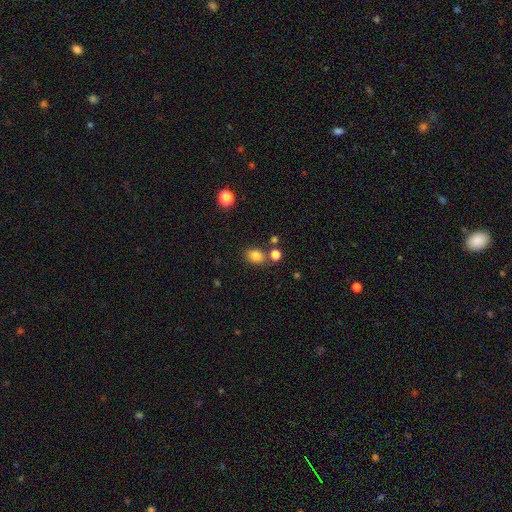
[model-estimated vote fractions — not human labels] smooth 82%, star or artifact 12%, featured or disk 6%. Down the decision tree: how rounded — in between (57%); merging — none (72%).